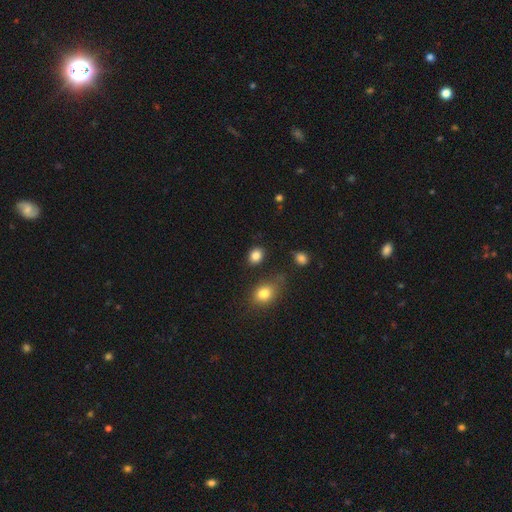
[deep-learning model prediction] This appears to be a smooth galaxy with no disk features (85%) that is in between round and cigar-shaped (51%). Merging: none (83%).